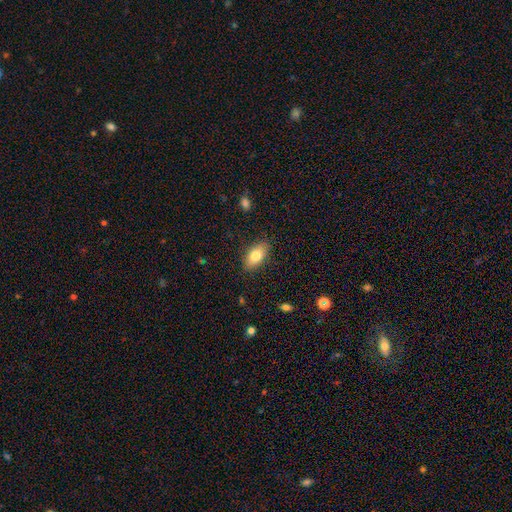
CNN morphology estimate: Overall: smooth (80%). How rounded: in between (90%). Merging: none (86%).